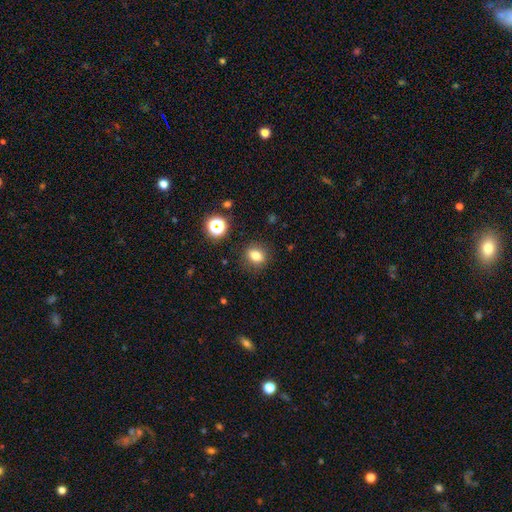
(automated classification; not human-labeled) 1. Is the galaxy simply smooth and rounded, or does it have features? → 78% smooth, 14% star or artifact, 7% featured or disk.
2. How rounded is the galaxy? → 53% round, 46% in between, 1% cigar-shaped.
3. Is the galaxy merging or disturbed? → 86% none, 9% minor disturbance, 3% major disturbance, 2% merger.